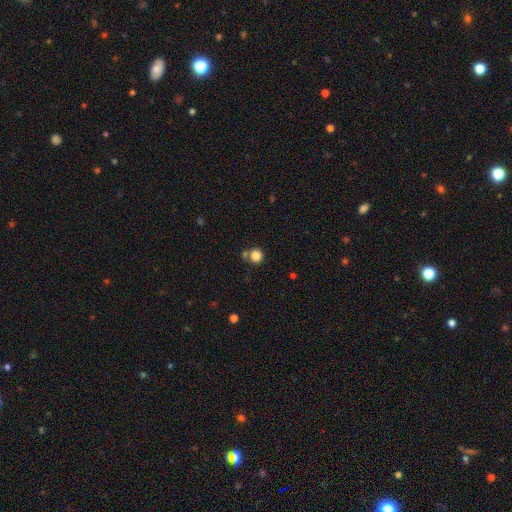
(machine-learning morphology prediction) Overall: smooth (84%). How rounded: round (92%). Merging: none (68%).